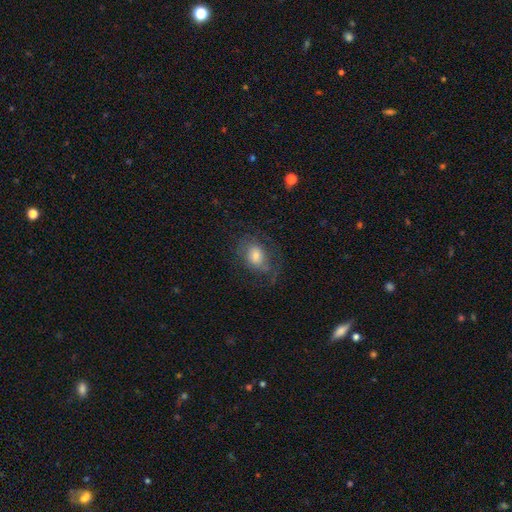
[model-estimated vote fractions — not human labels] smooth 58%, featured or disk 31%, star or artifact 10%. Down the decision tree: how rounded — in between (67%); merging — none (58%).